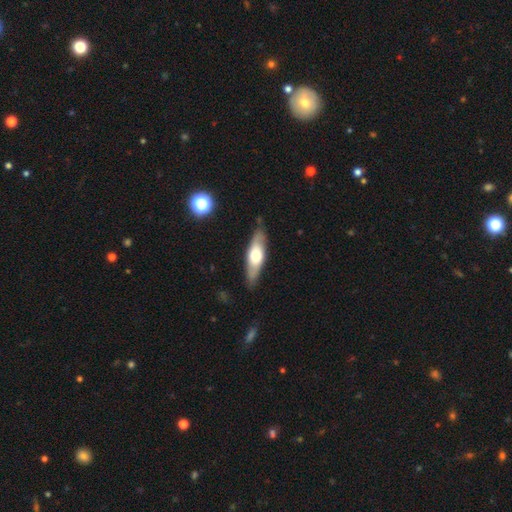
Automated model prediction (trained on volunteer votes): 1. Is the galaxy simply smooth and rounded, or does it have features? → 50% smooth, 45% featured or disk, 6% star or artifact.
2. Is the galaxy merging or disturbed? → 83% none, 13% minor disturbance, 3% major disturbance, 2% merger.